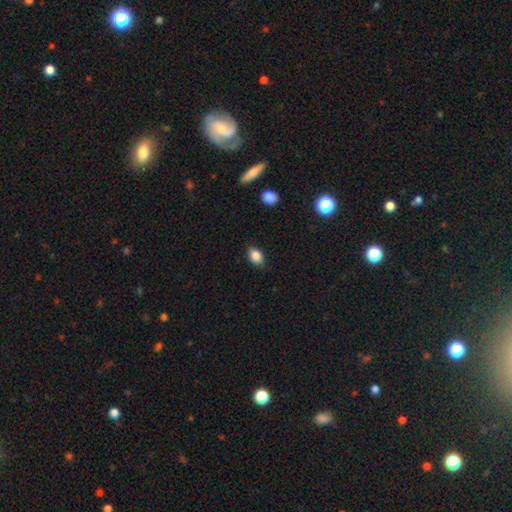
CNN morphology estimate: Smooth or featured: smooth — 86% (star or artifact — 9%)
How rounded: in between — 79% (round — 19%)
Merging: none — 85% (minor disturbance — 12%)